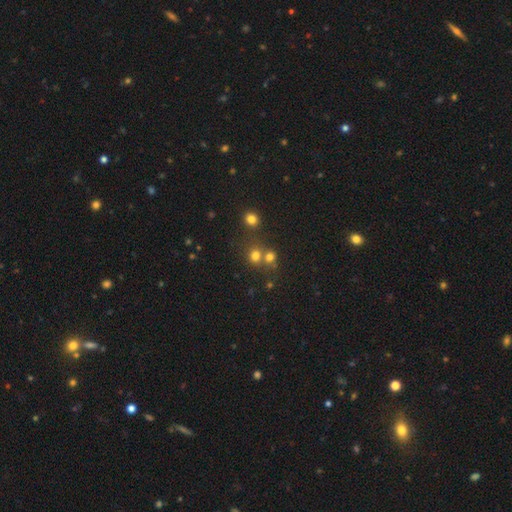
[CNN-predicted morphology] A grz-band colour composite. It shows a smooth galaxy with no disk features (72%) that is round (83%). Merging: none (53%).